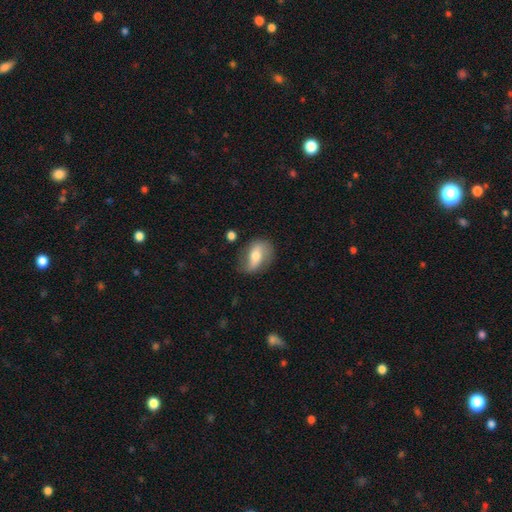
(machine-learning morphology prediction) The model was most divided on "smooth or featured": featured or disk: 54%, smooth: 38%, star or artifact: 7%. More confident: edge-on disk — no (89%); merging — none (69%).